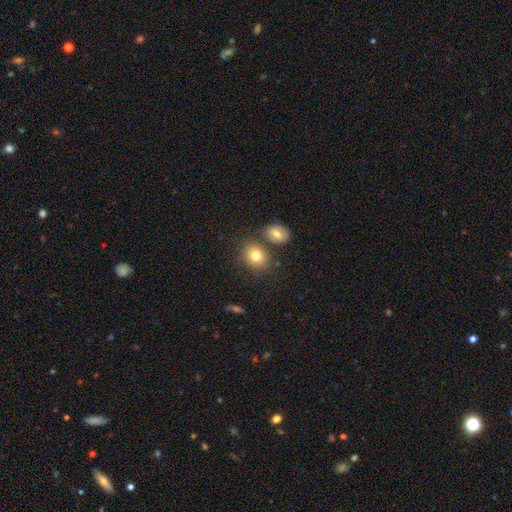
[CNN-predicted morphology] Q: Smooth or featured?
A: smooth (79%); runner-up: star or artifact (11%)
Q: How rounded?
A: round (55%); runner-up: in between (44%)
Q: Merging?
A: none (68%); runner-up: merger (17%)